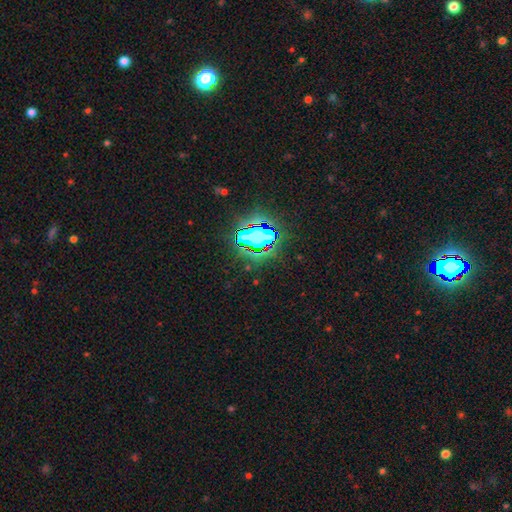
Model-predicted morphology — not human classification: Q: Smooth or featured?
A: star or artifact (81%); runner-up: smooth (12%)